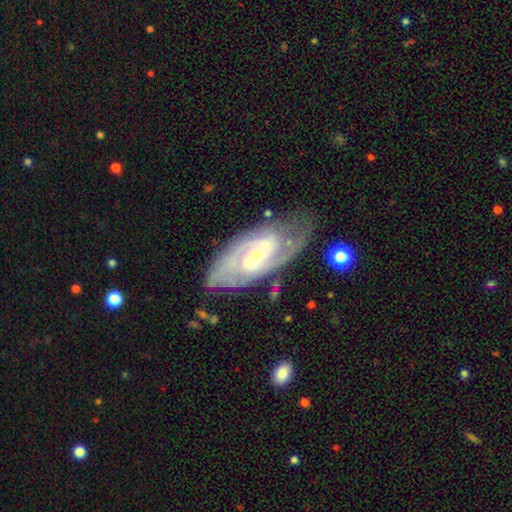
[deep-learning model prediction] Q: Smooth or featured?
A: featured or disk (89%); runner-up: smooth (7%)
Q: Edge-on disk?
A: no (95%); runner-up: yes (5%)
Q: Bar?
A: no (52%); runner-up: weak (36%)
Q: Spiral arms?
A: yes (97%); runner-up: no (3%)
Q: Spiral winding?
A: tight (58%); runner-up: medium (35%)
Q: Spiral arm count?
A: 2 (63%); runner-up: can't tell (15%)
Q: Bulge size?
A: small (64%); runner-up: moderate (33%)
Q: Merging?
A: none (72%); runner-up: minor disturbance (19%)